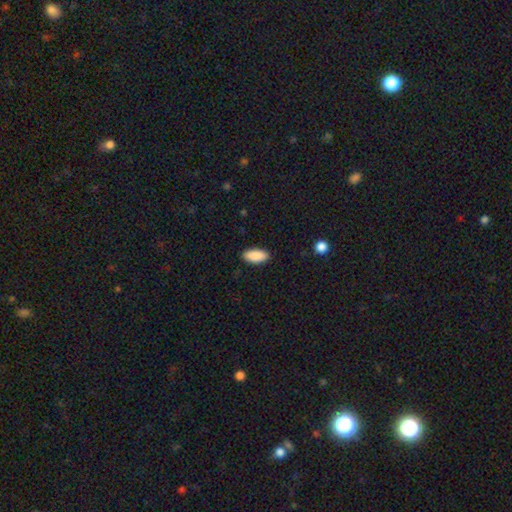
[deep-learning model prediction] Q: Smooth or featured?
A: smooth (89%); runner-up: star or artifact (6%)
Q: How rounded?
A: in between (90%); runner-up: cigar-shaped (8%)
Q: Merging?
A: none (89%); runner-up: minor disturbance (8%)